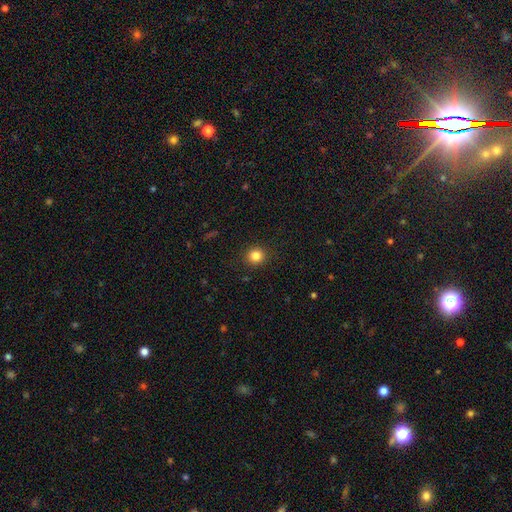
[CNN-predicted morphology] A smooth galaxy with no disk features (84%) that is round (89%).

Vote fractions:
- Smooth or featured? smooth: 84% / star or artifact: 12% / featured or disk: 5%
- How rounded? round: 89% / in between: 10% / cigar-shaped: 1%
- Merging? none: 91% / minor disturbance: 6% / major disturbance: 2% / merger: 1%